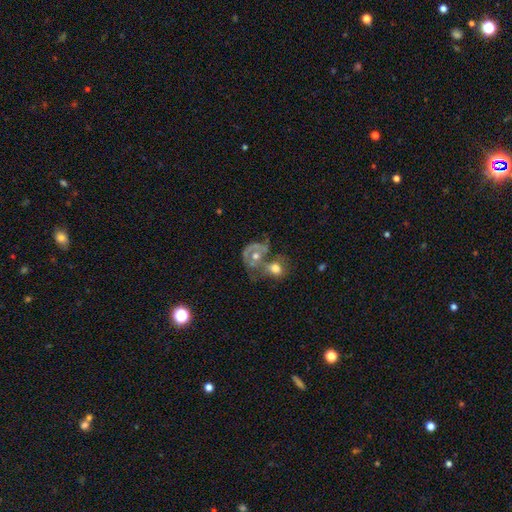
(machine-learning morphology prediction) Smooth or featured? Predicted: featured or disk (p=0.65). Edge-on disk? Predicted: no (p=0.97). Bar? Predicted: no (p=0.75). Spiral arms? Predicted: yes (p=0.67). Bulge size? Predicted: moderate (p=0.65). Merging? Predicted: merger (p=0.58).